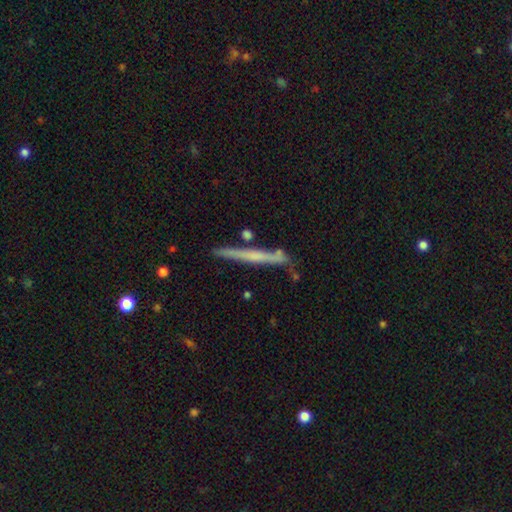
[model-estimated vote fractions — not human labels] smooth_or_featured: featured or disk (p=0.57) [alt: smooth p=0.36]
disk_edge_on: yes (p=0.96) [alt: no p=0.04]
edge_on_bulge: none (p=0.69) [alt: rounded p=0.24]
merging: none (p=0.82) [alt: minor disturbance p=0.12]